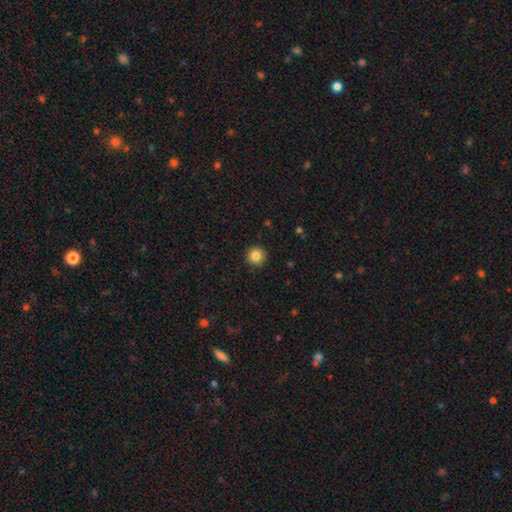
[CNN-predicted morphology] This is clearly a smooth galaxy (84%). How rounded: clearly round (96%). Merging: clearly none (92%).